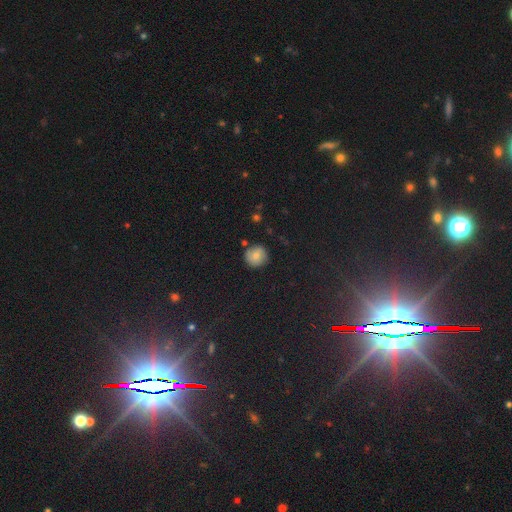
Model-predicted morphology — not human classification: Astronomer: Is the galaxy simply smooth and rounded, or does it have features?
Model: smooth — 75%.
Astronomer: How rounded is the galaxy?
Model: round — 92%.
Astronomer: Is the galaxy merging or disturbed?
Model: none — 83%.